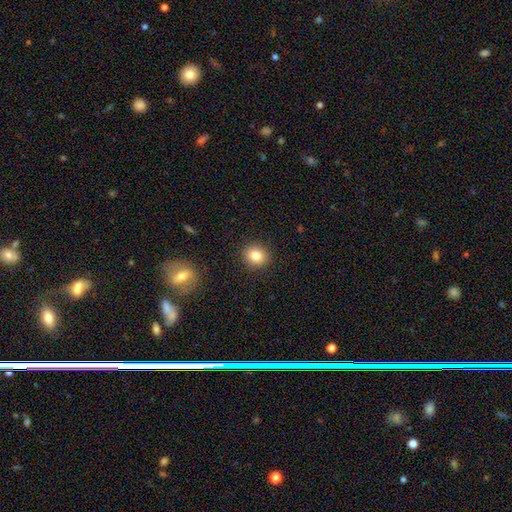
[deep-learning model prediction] Morphology: type=smooth (82%); roundness=round (84%); merging=none (91%).